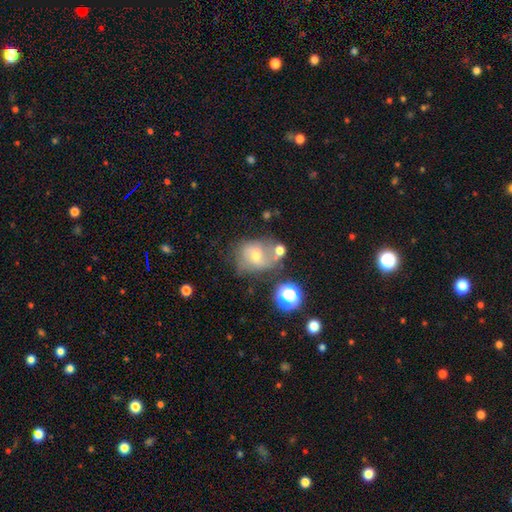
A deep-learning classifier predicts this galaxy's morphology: featured or disk 54%, smooth 32%, star or artifact 14%. Down the decision tree: edge-on disk — no (96%); bar — weak (48%); spiral arms — yes (74%); bulge size — moderate (50%); merging — none (41%).